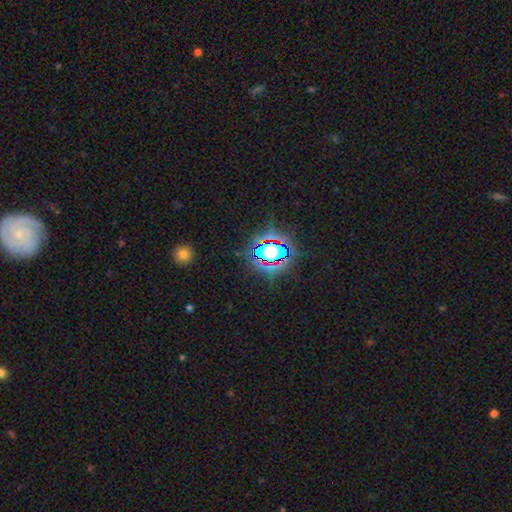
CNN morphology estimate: This is likely a star or artifact rather than a galaxy (76%).